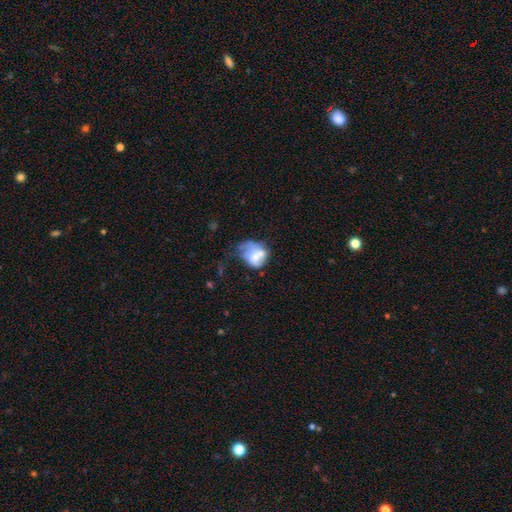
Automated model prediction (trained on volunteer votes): A smooth galaxy with no disk features (54%) that is in between round and cigar-shaped (53%).

Vote fractions:
- Smooth or featured? smooth: 54% / featured or disk: 36% / star or artifact: 10%
- How rounded? in between: 53% / round: 46% / cigar-shaped: 1%
- Merging? major disturbance: 31% / minor disturbance: 24% / merger: 23% / none: 22%